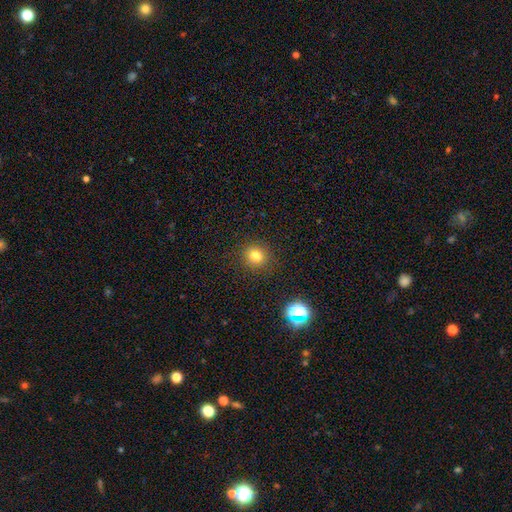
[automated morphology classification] This is likely a smooth galaxy (79%). How rounded: clearly round (88%). Merging: clearly none (89%).